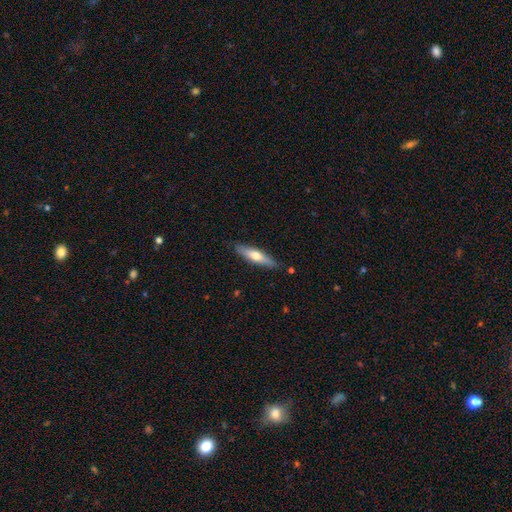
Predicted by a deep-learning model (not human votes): A smooth galaxy with no disk features (52%) that is cigar-shaped (76%).

Vote fractions:
- Smooth or featured? smooth: 52% / featured or disk: 42% / star or artifact: 5%
- How rounded? cigar-shaped: 76% / in between: 22% / round: 2%
- Merging? none: 86% / minor disturbance: 11% / major disturbance: 2% / merger: 2%